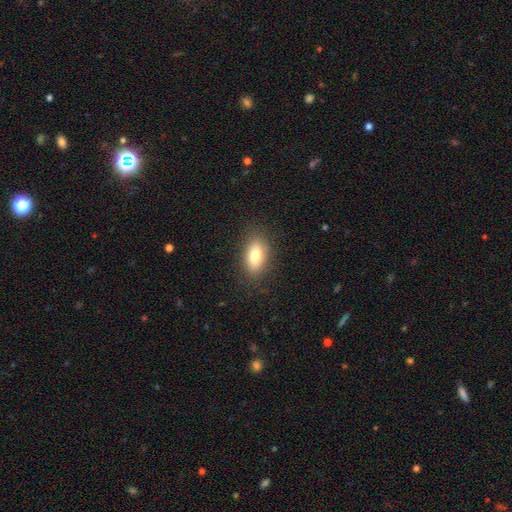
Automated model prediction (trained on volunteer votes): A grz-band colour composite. It shows a smooth galaxy with no disk features (78%) that is in between round and cigar-shaped (86%). Merging: none (86%).